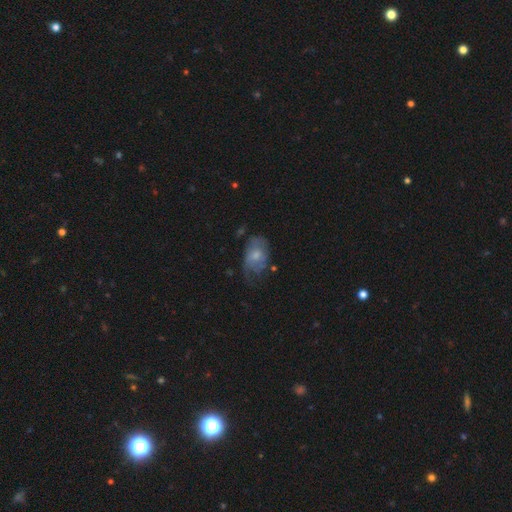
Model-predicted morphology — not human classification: smooth 52%, featured or disk 41%, star or artifact 7%. Down the decision tree: how rounded — in between (86%); merging — none (36%).